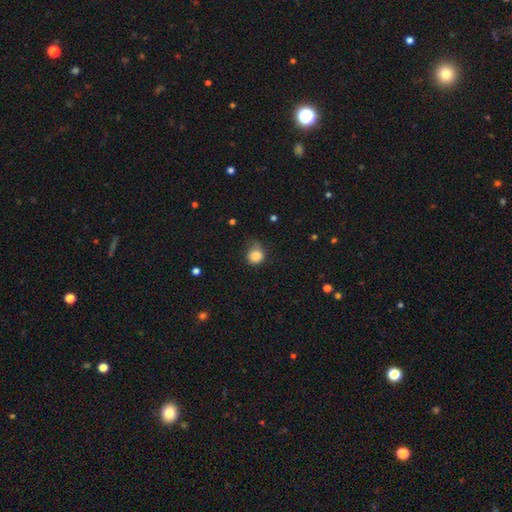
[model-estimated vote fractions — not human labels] Q: Smooth or featured?
A: smooth (85%); runner-up: star or artifact (10%)
Q: How rounded?
A: round (85%); runner-up: in between (14%)
Q: Merging?
A: none (51%); runner-up: minor disturbance (34%)